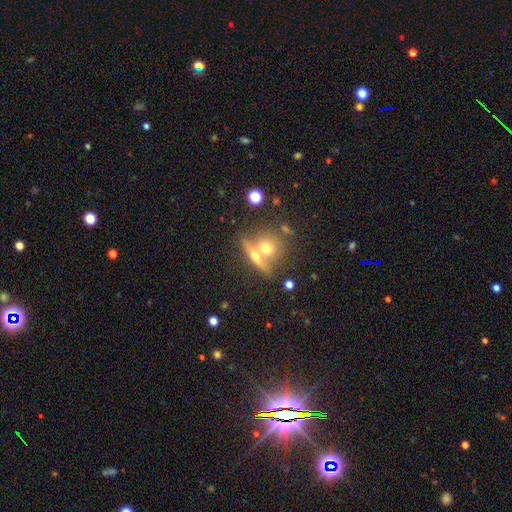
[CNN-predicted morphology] type=smooth (49%); merging=merger (46%).